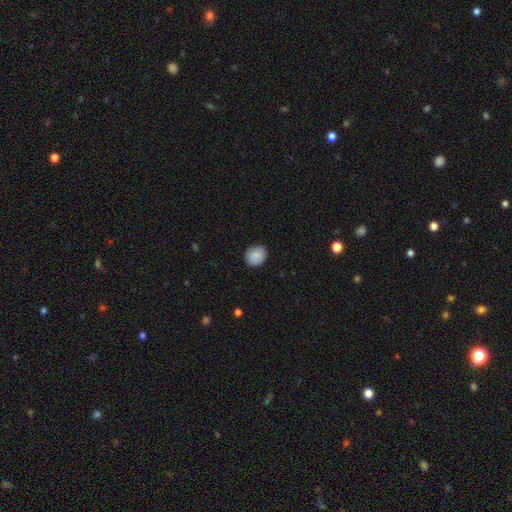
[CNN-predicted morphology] Q: Smooth or featured?
A: smooth (86%); runner-up: star or artifact (7%)
Q: How rounded?
A: round (67%); runner-up: in between (32%)
Q: Merging?
A: none (87%); runner-up: minor disturbance (10%)